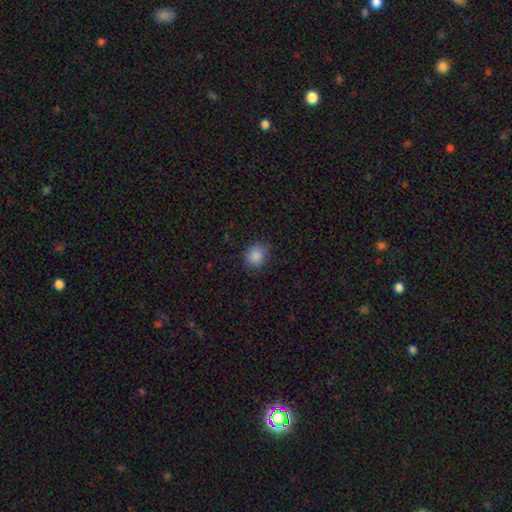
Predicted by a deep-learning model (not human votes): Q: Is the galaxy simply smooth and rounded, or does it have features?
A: smooth — 87%.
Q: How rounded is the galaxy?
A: round — 64%.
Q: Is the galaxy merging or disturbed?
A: none — 84%.